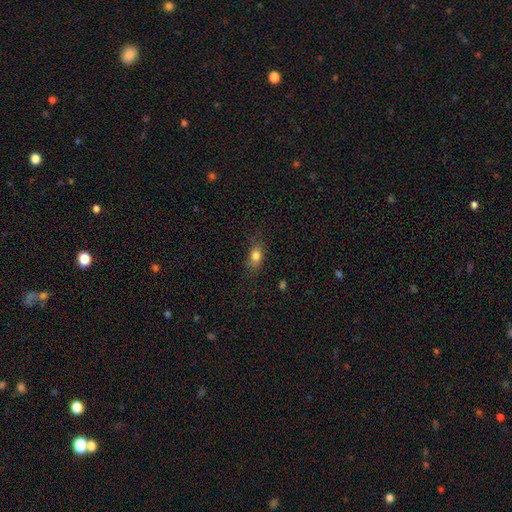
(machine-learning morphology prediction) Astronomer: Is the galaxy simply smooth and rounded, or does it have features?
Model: smooth — 81%.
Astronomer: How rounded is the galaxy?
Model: in between — 77%.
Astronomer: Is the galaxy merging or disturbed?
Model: none — 71%.